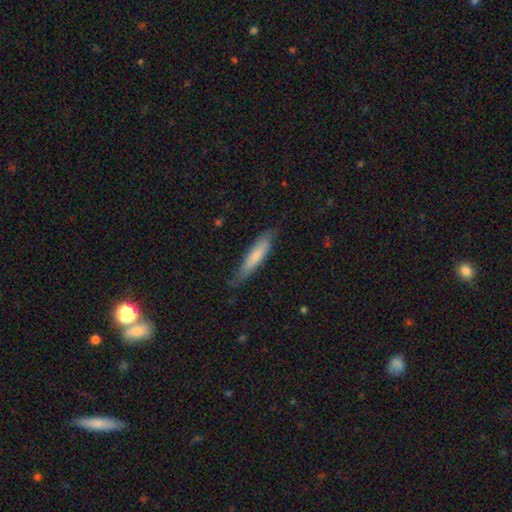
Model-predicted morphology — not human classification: smooth-or-featured: smooth: 69% | featured or disk: 26% | star or artifact: 5%
  how-rounded: cigar-shaped: 85% | in between: 14% | round: 1%
  merging: none: 75% | minor disturbance: 21% | major disturbance: 4% | merger: 1%